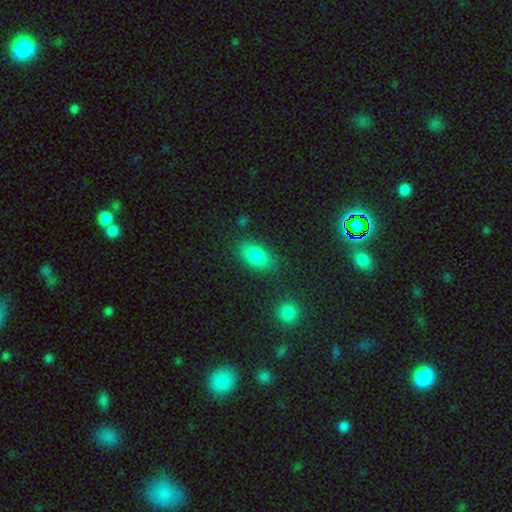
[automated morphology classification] Smooth or featured? smooth (84%)
How rounded? in between (89%)
Merging? none (81%)